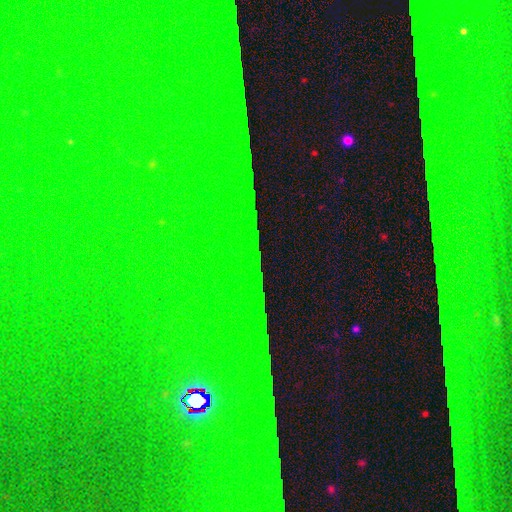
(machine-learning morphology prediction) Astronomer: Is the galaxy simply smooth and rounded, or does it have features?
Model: star or artifact — 86%.